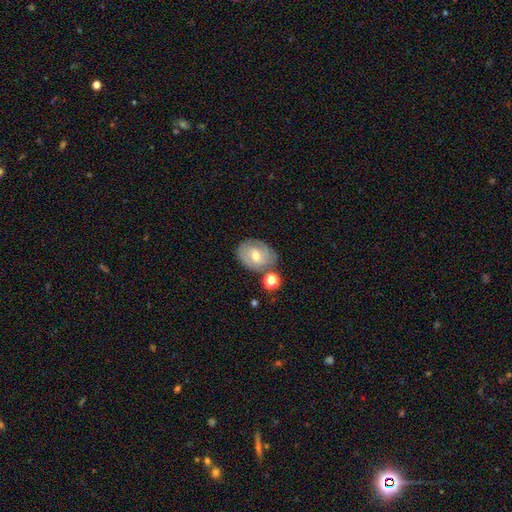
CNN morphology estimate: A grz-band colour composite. It shows a featured or disk galaxy (48%). Merging: none (66%).